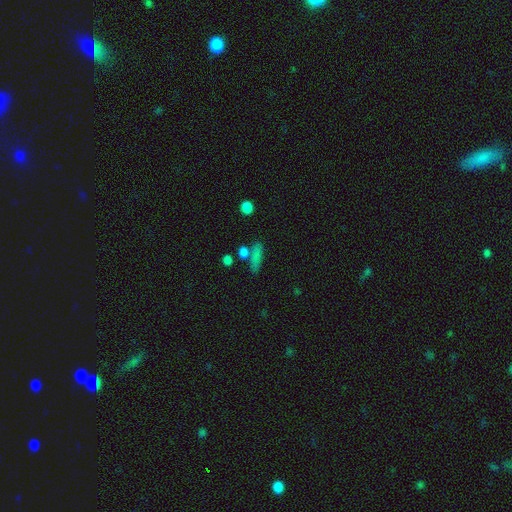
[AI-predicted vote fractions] smooth-or-featured: smooth: 76% | star or artifact: 12% | featured or disk: 12%
  how-rounded: cigar-shaped: 57% | in between: 35% | round: 8%
  merging: none: 66% | minor disturbance: 14% | merger: 14% | major disturbance: 6%